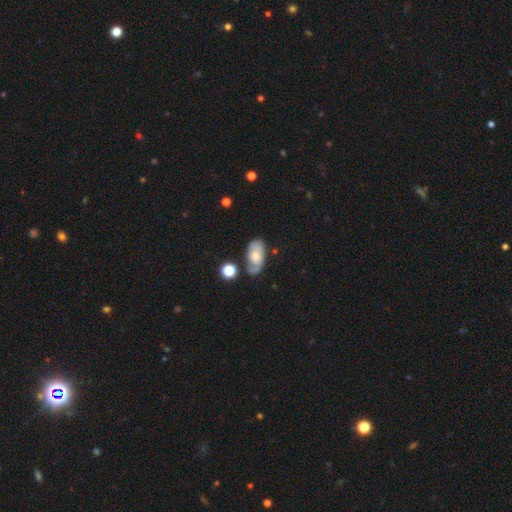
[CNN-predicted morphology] Q: Smooth or featured?
A: featured or disk (47%); runner-up: smooth (45%)
Q: Merging?
A: none (51%); runner-up: minor disturbance (27%)